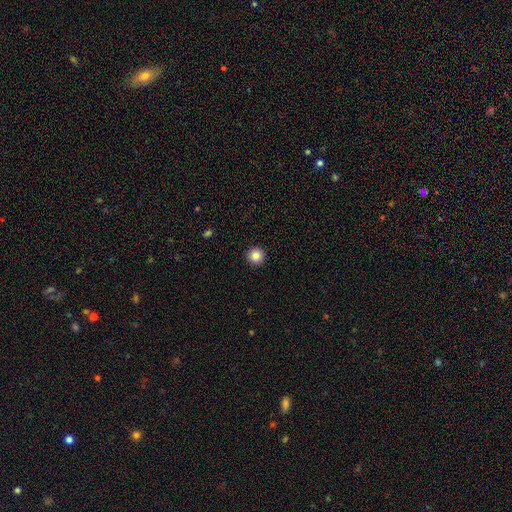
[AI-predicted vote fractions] Smooth or featured?
  - smooth: 85% *
  - star or artifact: 10%
  - featured or disk: 5%
How rounded?
  - round: 96% *
  - in between: 3%
  - cigar-shaped: 1%
Merging?
  - none: 94% *
  - minor disturbance: 4%
  - major disturbance: 1%
  - merger: 1%